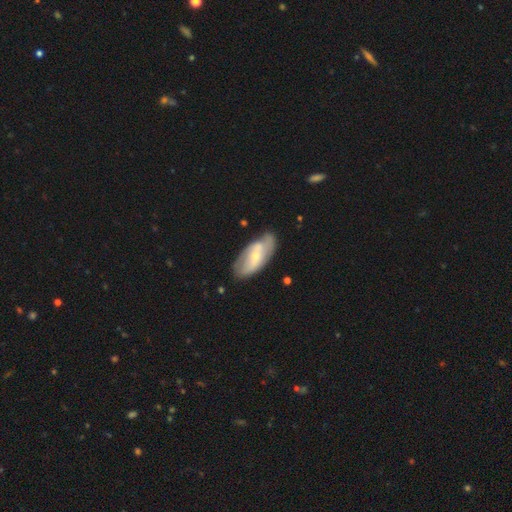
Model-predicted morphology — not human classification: type=featured or disk (58%); edge-on=no (90%); bar=no (42%); spiral arms=yes (61%); bulge=small (62%); merging=none (64%).